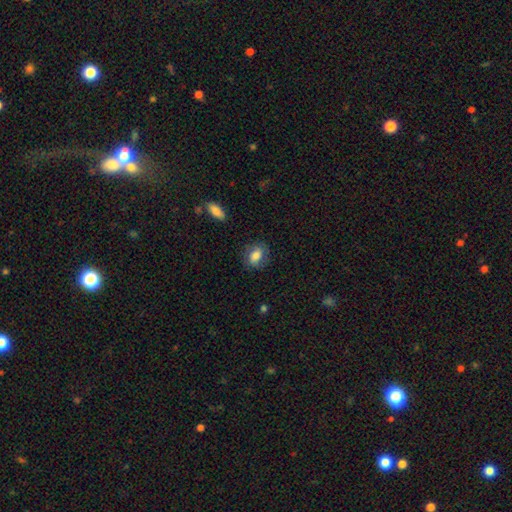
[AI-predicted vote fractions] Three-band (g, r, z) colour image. It shows a smooth galaxy with no disk features (74%) that is in between round and cigar-shaped (66%). Merging: none (76%).